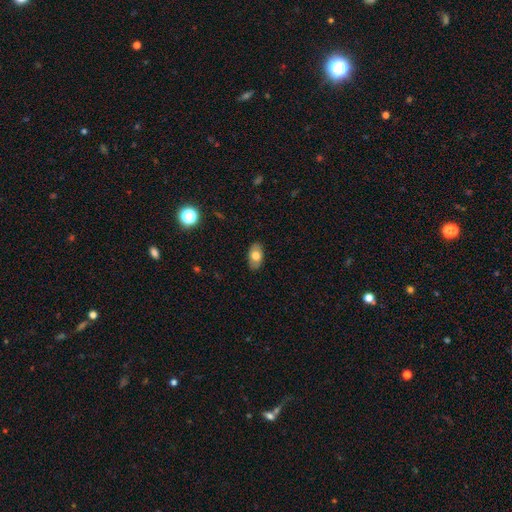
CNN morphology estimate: Smooth or featured?
  - smooth: 74% *
  - featured or disk: 19%
  - star or artifact: 7%
How rounded?
  - in between: 92% *
  - round: 6%
  - cigar-shaped: 2%
Merging?
  - none: 87% *
  - minor disturbance: 10%
  - major disturbance: 2%
  - merger: 1%